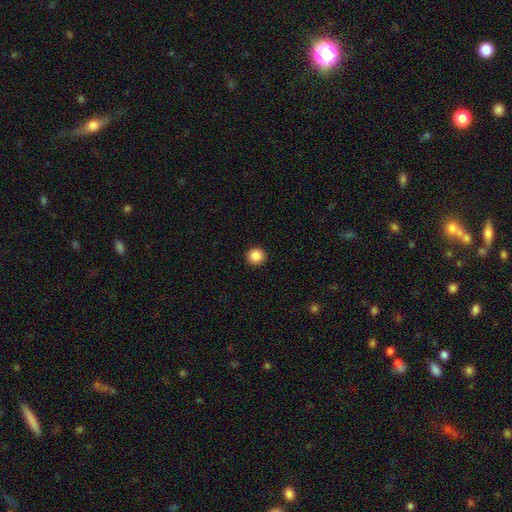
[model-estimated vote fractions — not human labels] Overall: smooth (87%). How rounded: round (94%). Merging: none (94%).